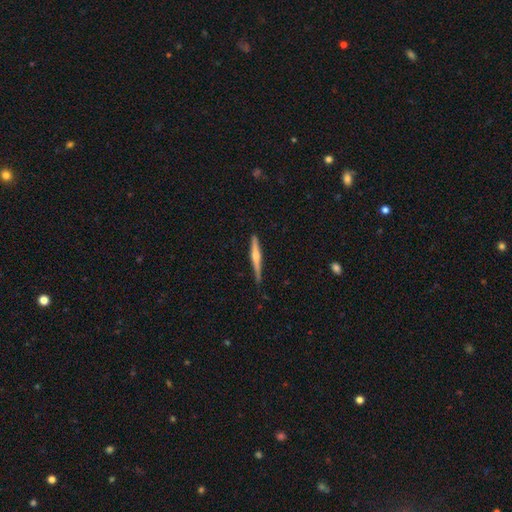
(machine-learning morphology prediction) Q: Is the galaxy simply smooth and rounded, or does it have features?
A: featured or disk — 61%.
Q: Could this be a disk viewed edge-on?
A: yes — 98%.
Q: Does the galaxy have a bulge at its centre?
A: rounded — 76%.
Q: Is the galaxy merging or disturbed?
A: none — 85%.